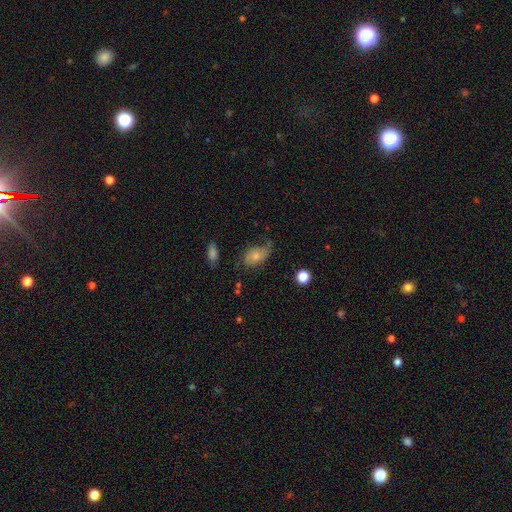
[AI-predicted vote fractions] Smooth or featured? Predicted: smooth (p=0.58). How rounded? Predicted: in between (p=0.86). Merging? Predicted: none (p=0.44).